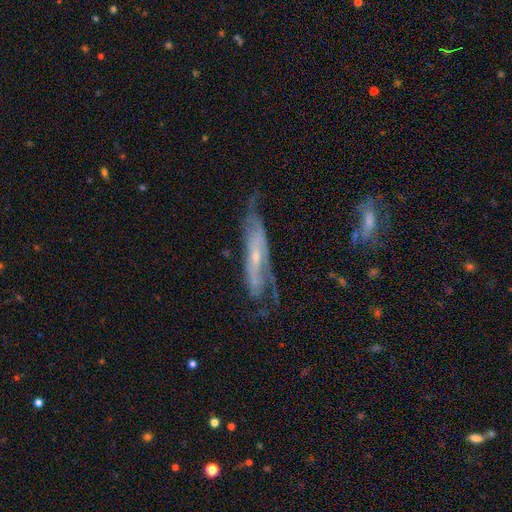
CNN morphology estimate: Smooth or featured? featured or disk (75%)
Edge-on disk? no (63%)
Merging? none (54%)